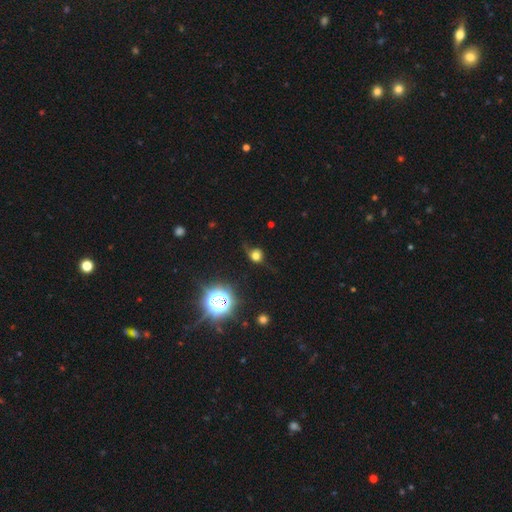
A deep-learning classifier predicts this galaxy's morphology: Smooth or featured: smooth — 62% (star or artifact — 23%)
How rounded: round — 79% (in between — 19%)
Merging: none — 54% (minor disturbance — 25%)